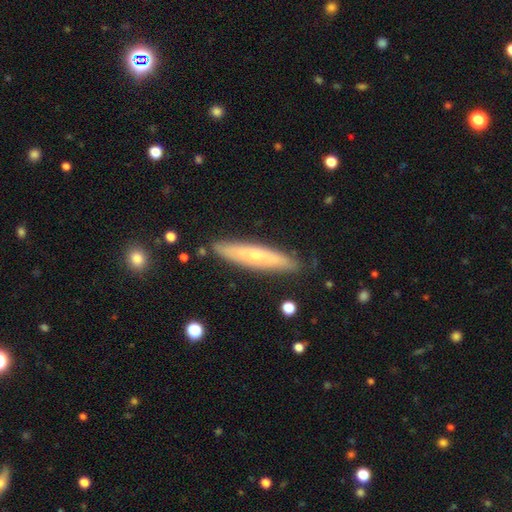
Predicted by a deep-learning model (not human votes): A smooth galaxy with no disk features (49%). Merging: none (86%).